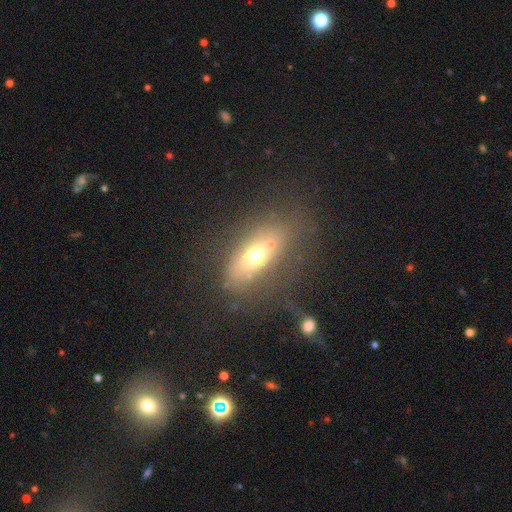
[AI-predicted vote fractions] Q: Smooth or featured?
A: smooth (58%); runner-up: featured or disk (29%)
Q: How rounded?
A: in between (76%); runner-up: cigar-shaped (12%)
Q: Merging?
A: none (55%); runner-up: minor disturbance (19%)